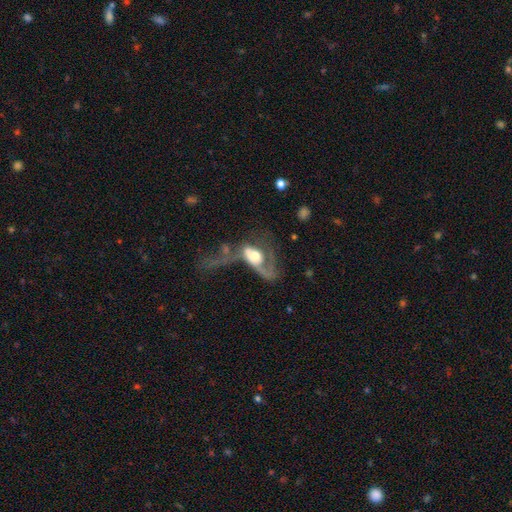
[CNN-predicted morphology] Smooth or featured: featured or disk — 62% (smooth — 31%)
Edge-on disk: no — 92% (yes — 8%)
Bar: no — 72% (weak — 21%)
Spiral arms: yes — 60% (no — 40%)
Bulge size: moderate — 45% (large — 40%)
Merging: major disturbance — 58% (merger — 19%)